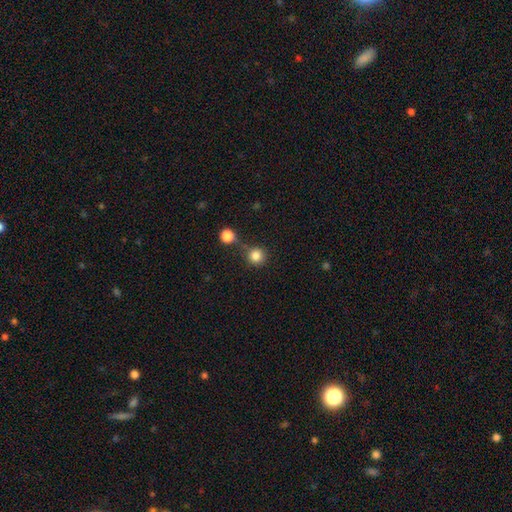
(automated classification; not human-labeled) This is clearly a smooth galaxy (83%). How rounded: clearly round (95%). Merging: likely none (71%).